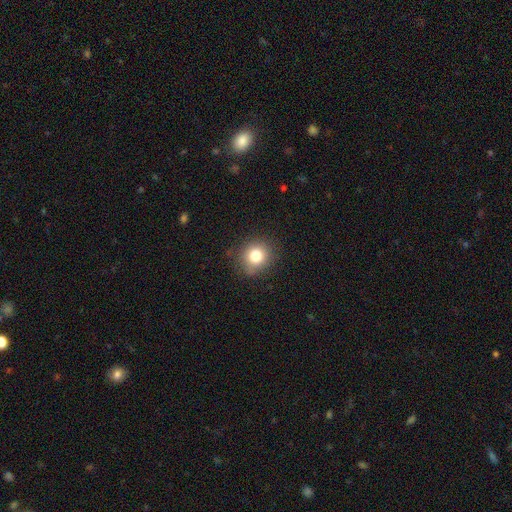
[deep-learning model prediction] smooth-or-featured: smooth: 79% | star or artifact: 12% | featured or disk: 9%
  how-rounded: round: 86% | in between: 13% | cigar-shaped: 1%
  merging: none: 85% | minor disturbance: 11% | major disturbance: 3% | merger: 1%